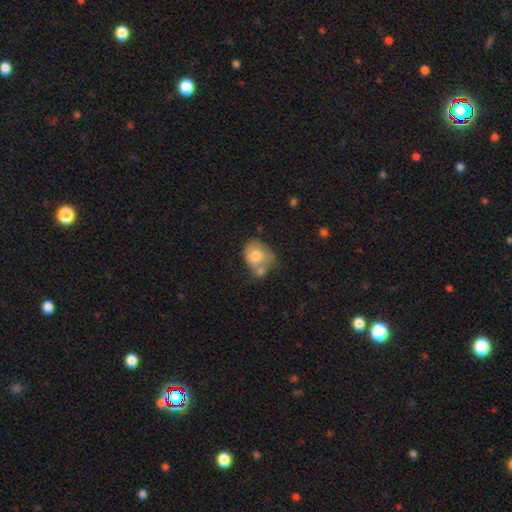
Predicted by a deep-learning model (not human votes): smooth_or_featured: smooth (p=0.71) [alt: featured or disk p=0.22]
how_rounded: in between (p=0.54) [alt: round p=0.45]
merging: merger (p=0.38) [alt: none p=0.29]